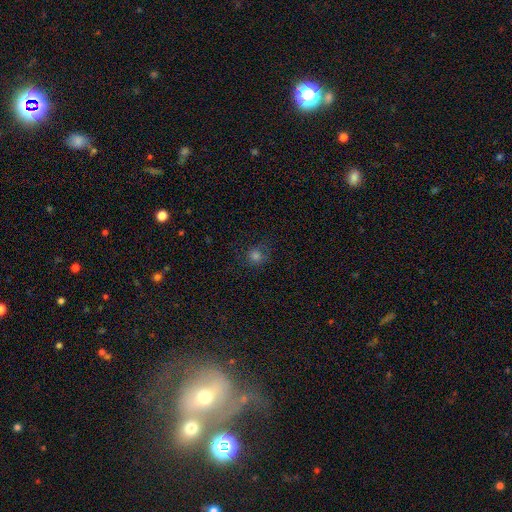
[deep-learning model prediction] Smooth or featured: smooth — 72% (star or artifact — 20%)
How rounded: round — 84% (in between — 15%)
Merging: none — 73% (minor disturbance — 17%)